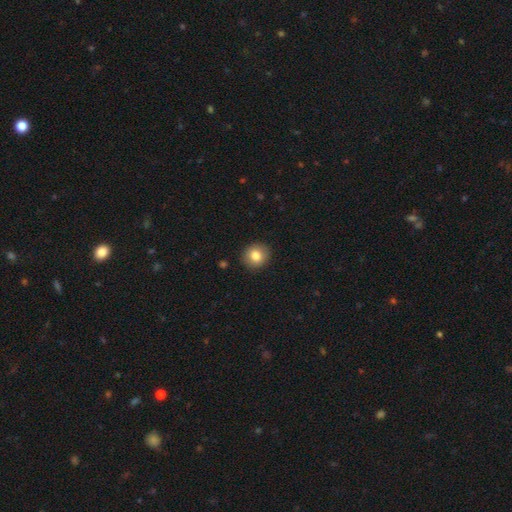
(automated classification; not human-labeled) Smooth or featured? smooth (83%)
How rounded? round (85%)
Merging? none (90%)